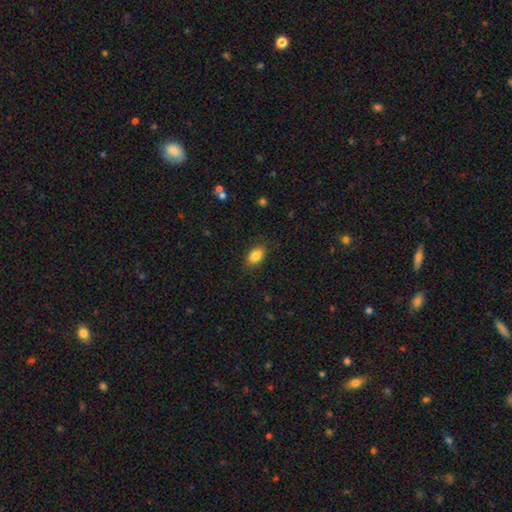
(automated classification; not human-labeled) A smooth galaxy with no disk features (85%) that is in between round and cigar-shaped (87%).

Vote fractions:
- Smooth or featured? smooth: 85% / star or artifact: 8% / featured or disk: 7%
- How rounded? in between: 87% / round: 10% / cigar-shaped: 3%
- Merging? none: 85% / minor disturbance: 11% / major disturbance: 3% / merger: 1%